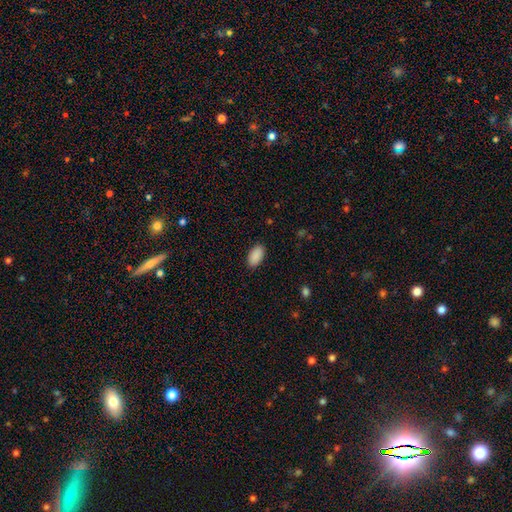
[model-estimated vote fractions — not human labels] Smooth or featured?
  - smooth: 91% *
  - star or artifact: 7%
  - featured or disk: 2%
How rounded?
  - in between: 95% *
  - round: 3%
  - cigar-shaped: 2%
Merging?
  - none: 89% *
  - minor disturbance: 8%
  - major disturbance: 2%
  - merger: 1%